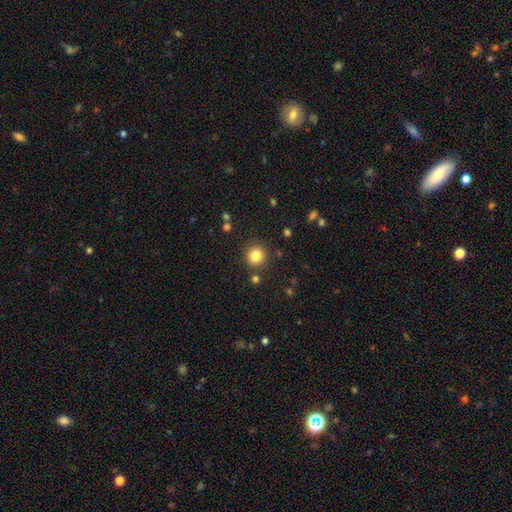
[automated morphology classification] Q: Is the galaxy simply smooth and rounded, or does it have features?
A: smooth — 82%.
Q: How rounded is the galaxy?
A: round — 93%.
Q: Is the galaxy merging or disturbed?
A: none — 88%.